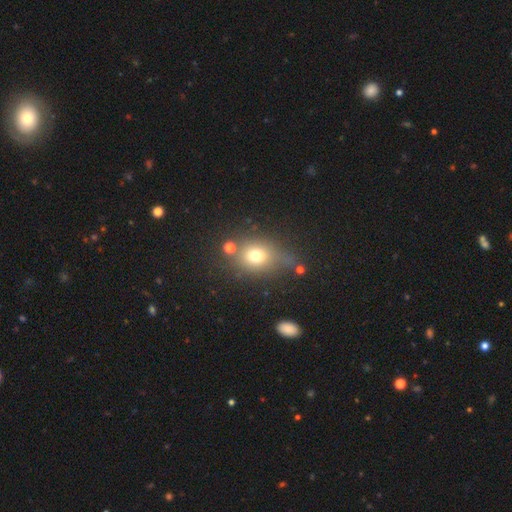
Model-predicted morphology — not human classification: Smooth or featured? Predicted: smooth (p=0.70). How rounded? Predicted: round (p=0.56). Merging? Predicted: none (p=0.57).